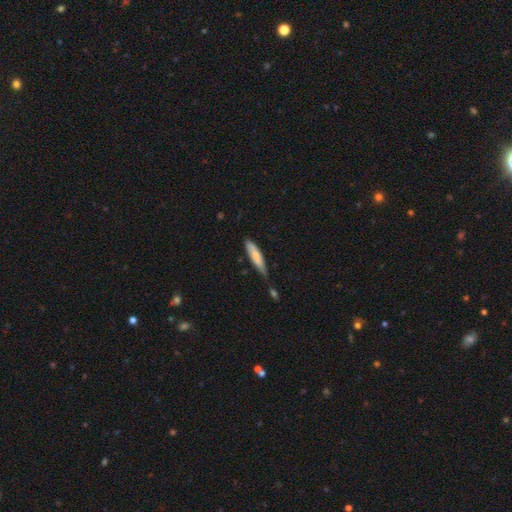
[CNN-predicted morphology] This is likely a smooth galaxy (77%). How rounded: likely cigar-shaped (79%). Merging: possibly none (56%).